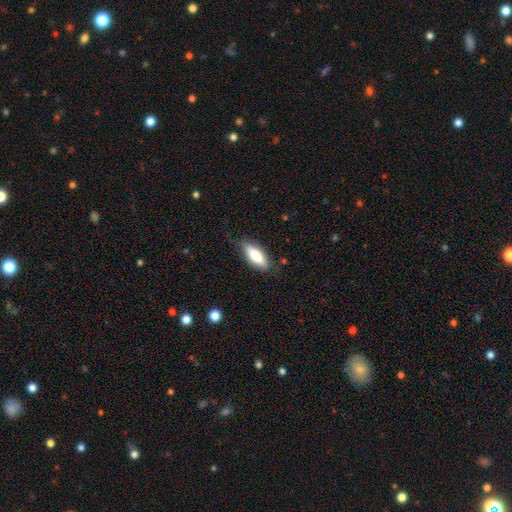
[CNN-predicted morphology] A smooth galaxy with no disk features (71%) that is in between round and cigar-shaped (67%).

Vote fractions:
- Smooth or featured? smooth: 71% / featured or disk: 23% / star or artifact: 6%
- How rounded? in between: 67% / cigar-shaped: 31% / round: 2%
- Merging? none: 75% / minor disturbance: 19% / major disturbance: 5% / merger: 1%